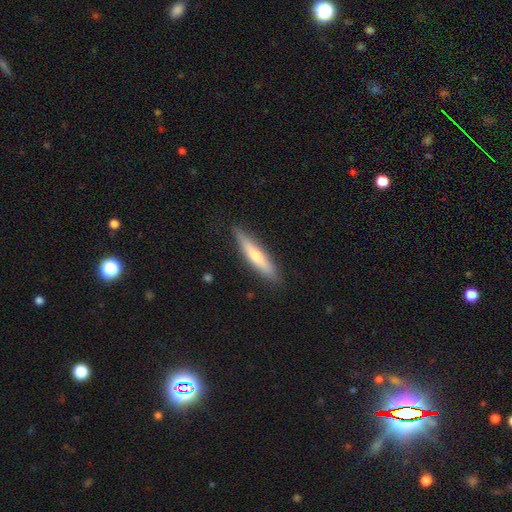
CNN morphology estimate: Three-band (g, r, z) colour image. It shows a smooth galaxy with no disk features (53%) that is cigar-shaped (86%). Merging: none (87%).